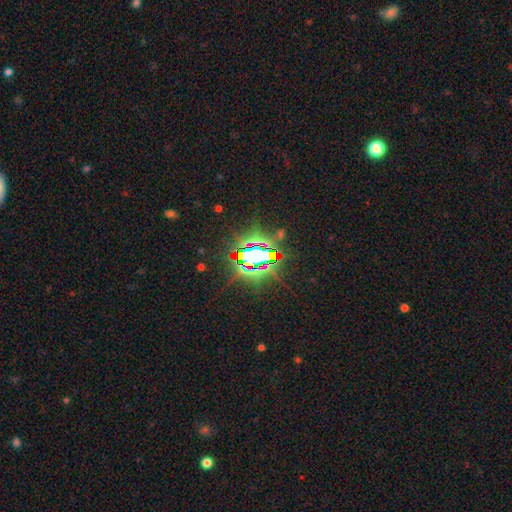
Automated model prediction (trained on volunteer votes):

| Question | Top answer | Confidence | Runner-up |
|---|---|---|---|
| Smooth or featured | star or artifact | 78% | smooth (11%) |